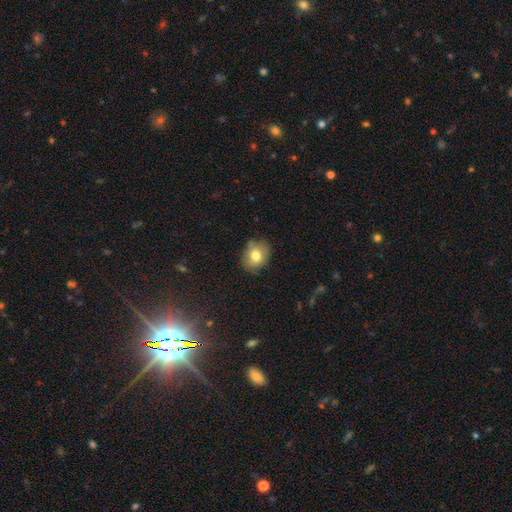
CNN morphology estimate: This is likely a smooth galaxy (77%). How rounded: possibly round (51%). Merging: likely none (78%).